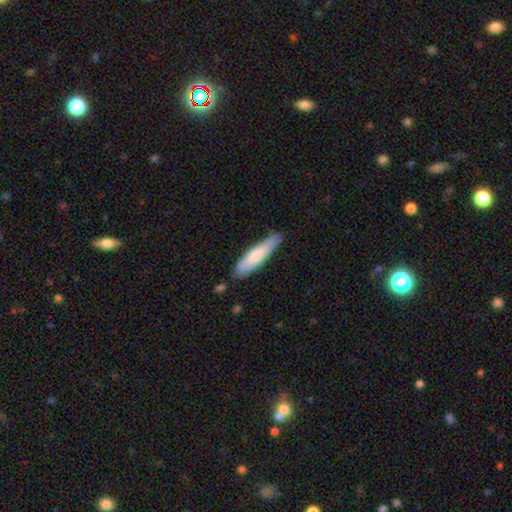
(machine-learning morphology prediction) A smooth galaxy with no disk features (73%) that is cigar-shaped (80%). Merging: none (80%).